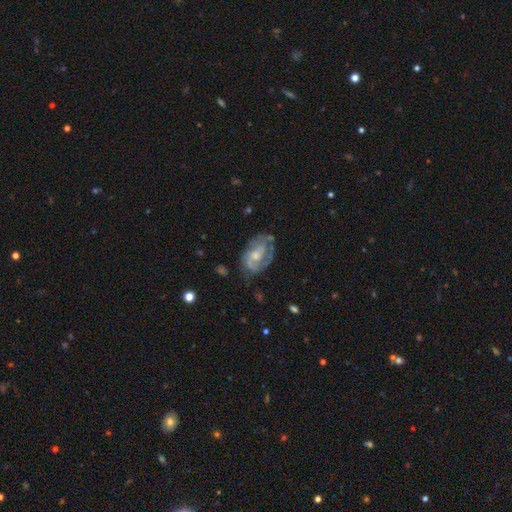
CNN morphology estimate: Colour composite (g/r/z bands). It shows a featured or disk galaxy (74%) with no bar (62%), 2 (48%) medium (44%) spiral arms (85%) and a moderate central bulge (51%). Merging: none (59%).